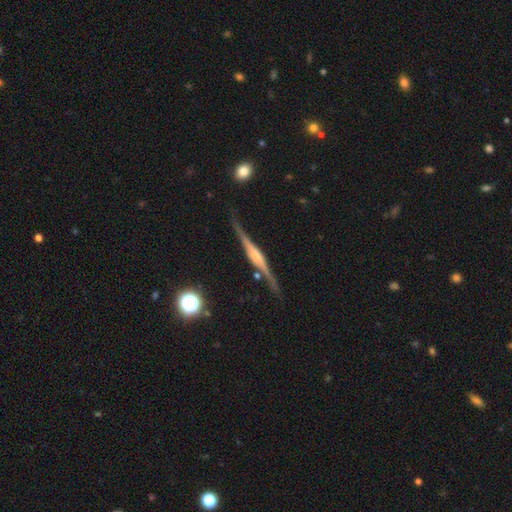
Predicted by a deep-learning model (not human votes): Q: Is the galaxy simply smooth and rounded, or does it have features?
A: featured or disk — 85%.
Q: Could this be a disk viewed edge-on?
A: yes — 98%.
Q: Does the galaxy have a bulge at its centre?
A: rounded — 68%.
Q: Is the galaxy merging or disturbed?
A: none — 84%.